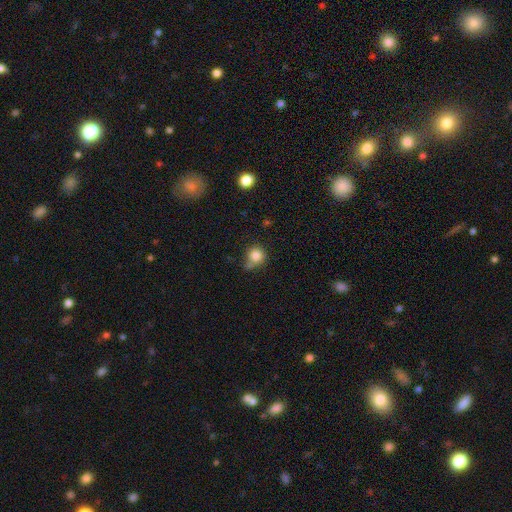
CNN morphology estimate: Smooth or featured? smooth (83%)
How rounded? round (89%)
Merging? none (58%)